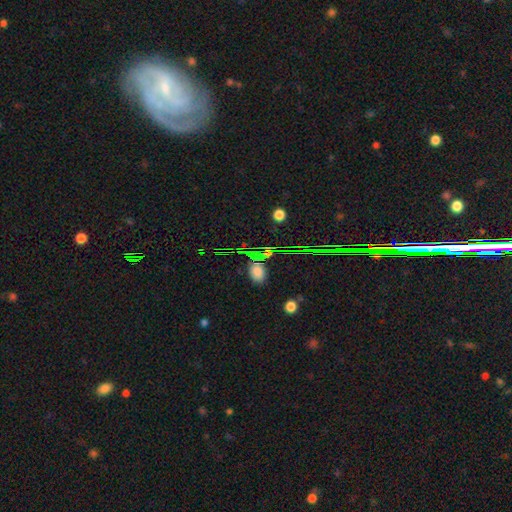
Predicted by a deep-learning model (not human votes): Q: Smooth or featured?
A: smooth (58%); runner-up: star or artifact (34%)
Q: How rounded?
A: in between (69%); runner-up: round (28%)
Q: Merging?
A: none (77%); runner-up: minor disturbance (14%)